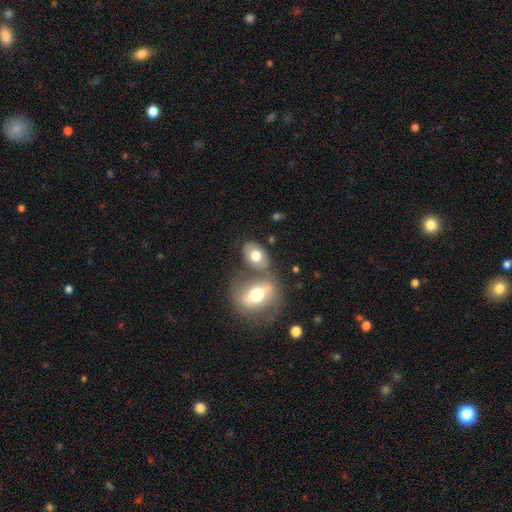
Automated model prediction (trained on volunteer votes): Smooth or featured? smooth (64%)
How rounded? in between (81%)
Merging? none (48%)